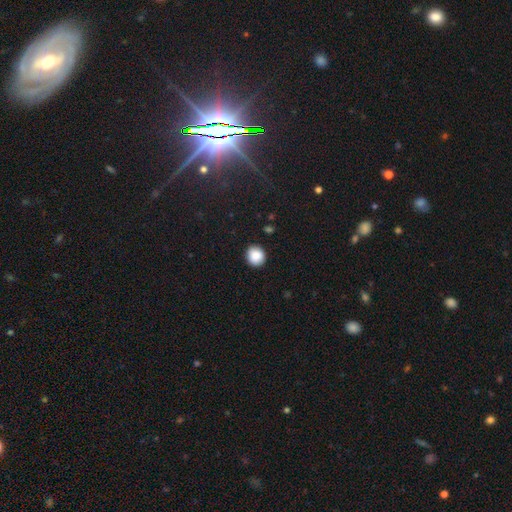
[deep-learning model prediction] smooth 88%, star or artifact 8%, featured or disk 3%. Down the decision tree: how rounded — round (85%); merging — none (89%).